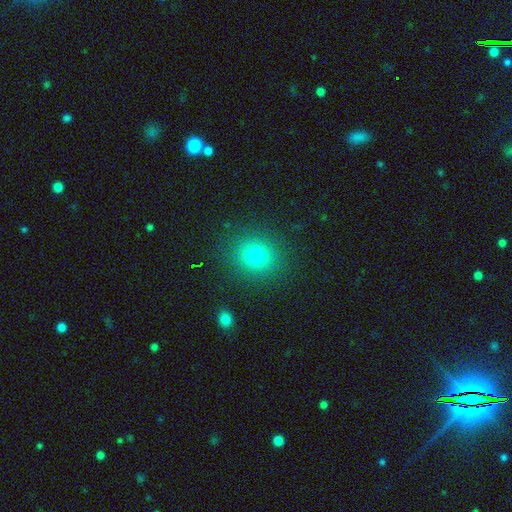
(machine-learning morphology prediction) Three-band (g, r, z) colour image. It shows a smooth galaxy with no disk features (76%) that is round (77%). Merging: none (88%).